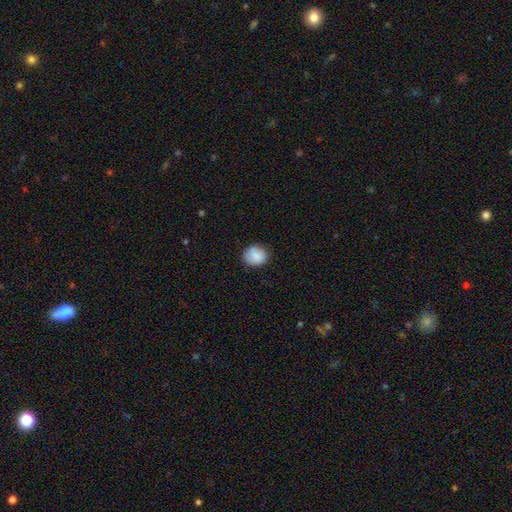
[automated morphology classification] The model was most divided on "how rounded": round: 60%, in between: 39%, cigar-shaped: 1%. More confident: smooth or featured — smooth (85%); merging — none (73%).